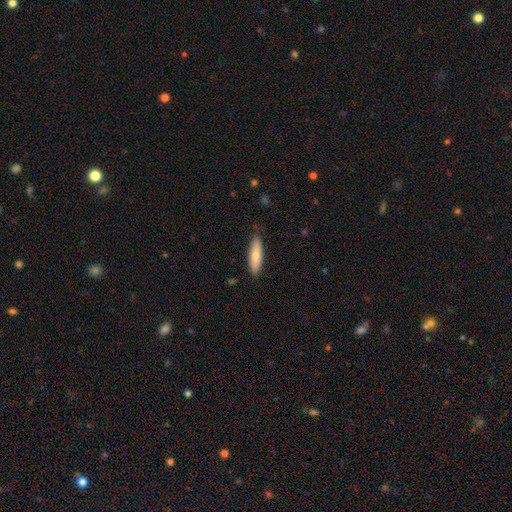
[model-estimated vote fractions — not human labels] The model was most divided on "how rounded": cigar-shaped: 70%, in between: 29%, round: 2%. More confident: merging — none (83%); smooth or featured — smooth (76%).